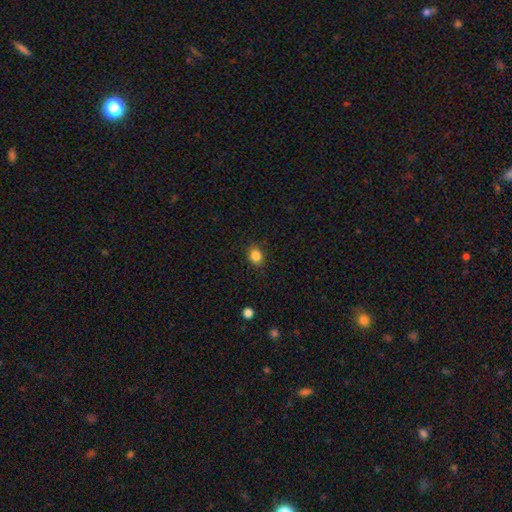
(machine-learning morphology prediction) This is clearly a smooth galaxy (85%). How rounded: possibly round (60%). Merging: clearly none (87%).